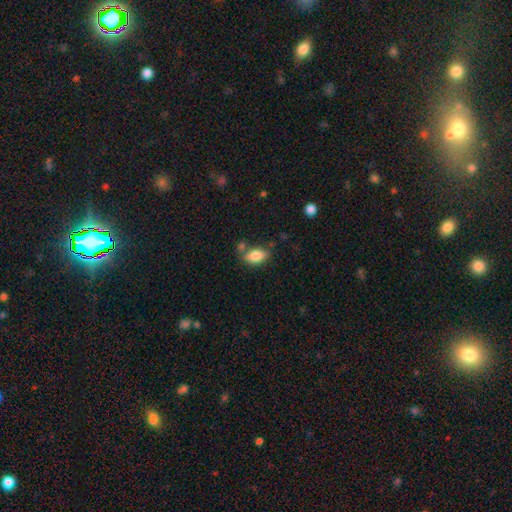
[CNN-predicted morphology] Smooth or featured?
  - smooth: 83% *
  - featured or disk: 9%
  - star or artifact: 8%
How rounded?
  - in between: 89% *
  - round: 7%
  - cigar-shaped: 3%
Merging?
  - none: 66% *
  - minor disturbance: 16%
  - merger: 13%
  - major disturbance: 4%